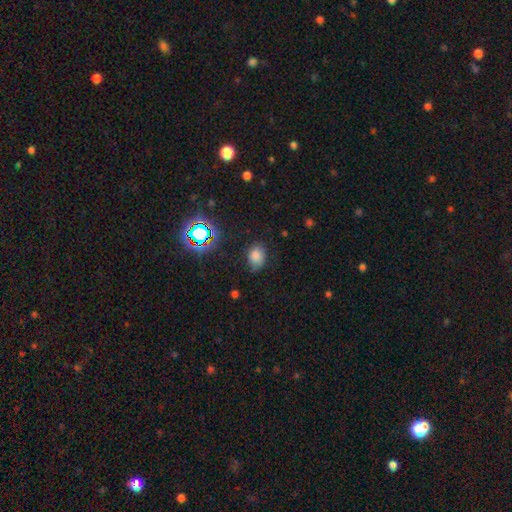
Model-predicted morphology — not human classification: smooth-or-featured: smooth: 75% | star or artifact: 17% | featured or disk: 8%
  how-rounded: in between: 65% | round: 34% | cigar-shaped: 1%
  merging: none: 67% | minor disturbance: 25% | major disturbance: 6% | merger: 2%